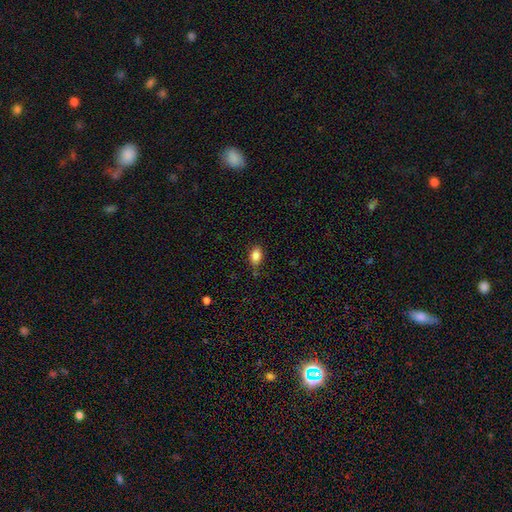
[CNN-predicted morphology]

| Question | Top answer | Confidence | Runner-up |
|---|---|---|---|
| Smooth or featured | smooth | 85% | star or artifact (9%) |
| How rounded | in between | 84% | round (13%) |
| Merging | none | 75% | minor disturbance (18%) |